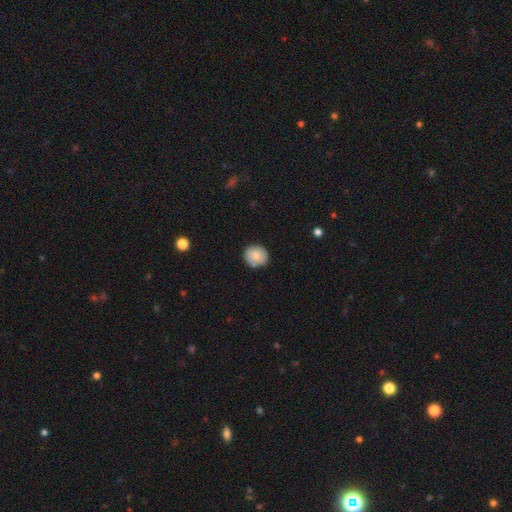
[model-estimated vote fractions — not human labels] Smooth or featured? Predicted: smooth (p=0.80). How rounded? Predicted: round (p=0.84). Merging? Predicted: none (p=0.81).